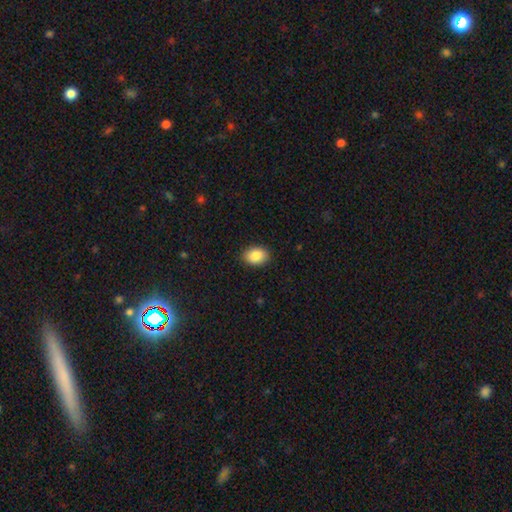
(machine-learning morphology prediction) smooth_or_featured: smooth (p=0.88) [alt: star or artifact p=0.07]
how_rounded: in between (p=0.80) [alt: round p=0.19]
merging: none (p=0.89) [alt: minor disturbance p=0.08]